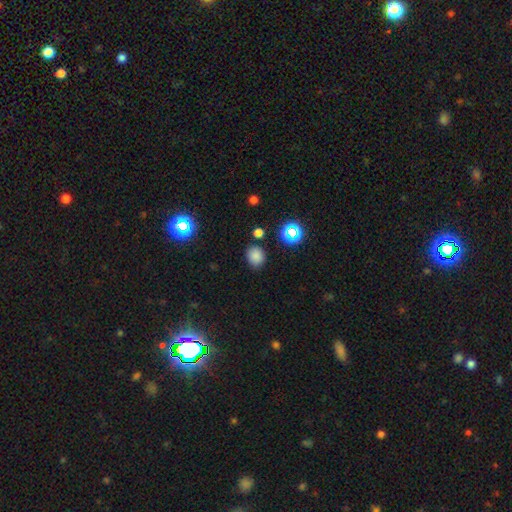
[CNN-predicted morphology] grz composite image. It shows a smooth galaxy with no disk features (78%) that is round (67%). Merging: none (83%).